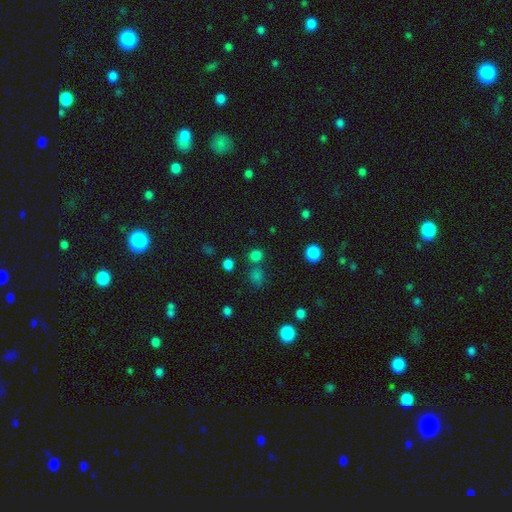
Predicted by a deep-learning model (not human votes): This is likely a smooth galaxy (75%). How rounded: likely round (79%). Merging: likely none (71%).